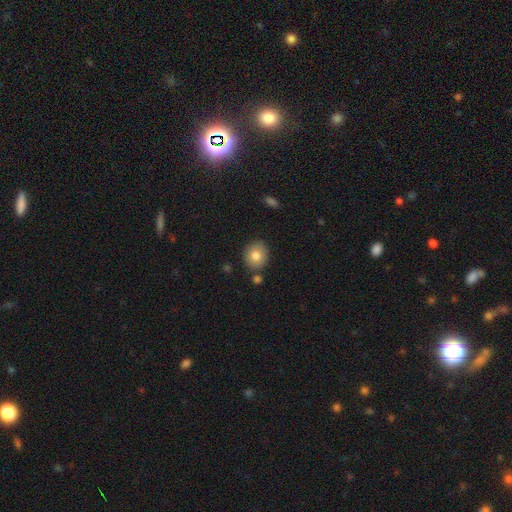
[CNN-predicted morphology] smooth-or-featured: smooth: 80% | featured or disk: 11% | star or artifact: 9%
  how-rounded: round: 73% | in between: 26% | cigar-shaped: 1%
  merging: none: 81% | minor disturbance: 11% | merger: 6% | major disturbance: 2%